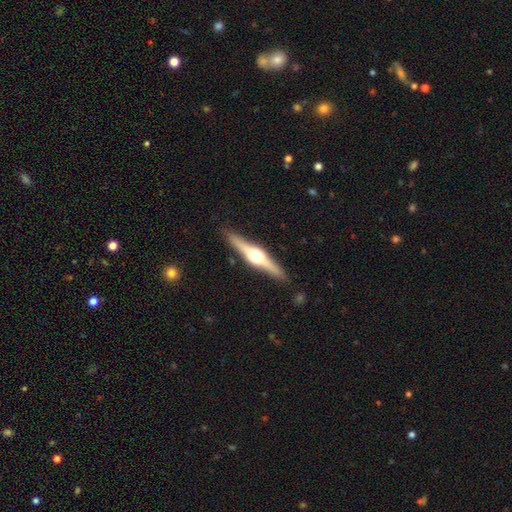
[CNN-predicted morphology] smooth-or-featured: featured or disk: 79% | smooth: 16% | star or artifact: 5%
  disk-edge-on: yes: 98% | no: 2%
    edge-on-bulge: rounded: 94% | boxy: 5% | none: 2%
  merging: none: 90% | minor disturbance: 7% | major disturbance: 1% | merger: 1%